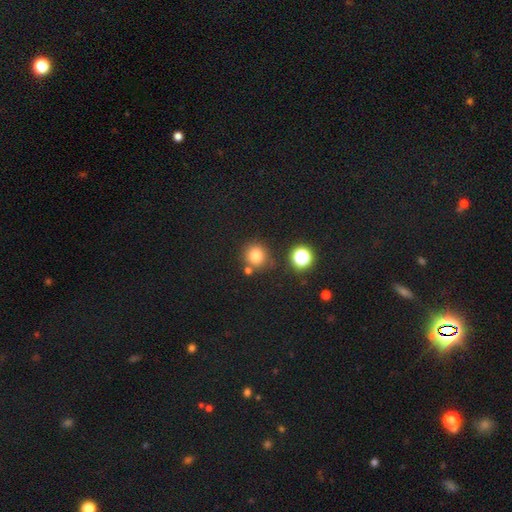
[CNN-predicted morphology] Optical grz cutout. It shows a smooth galaxy with no disk features (78%) that is round (89%). Merging: none (76%).